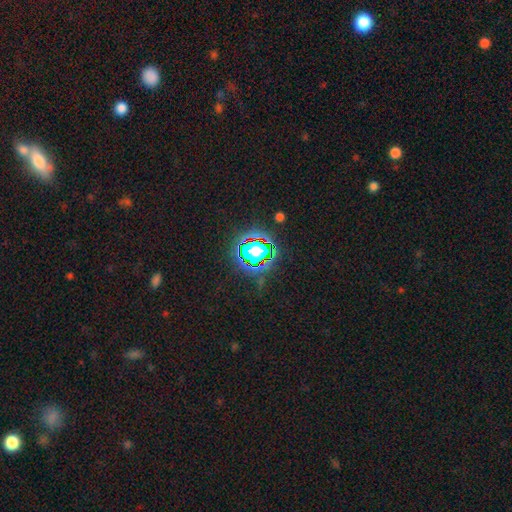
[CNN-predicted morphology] The model was most divided on "smooth or featured": star or artifact: 80%, smooth: 12%, featured or disk: 7%.